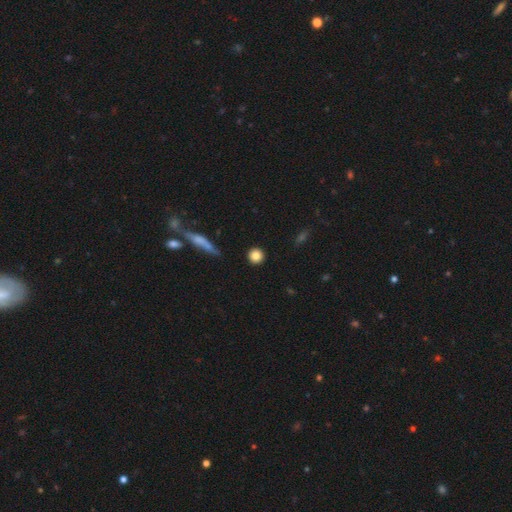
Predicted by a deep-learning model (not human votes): This appears to be a smooth galaxy with no disk features (84%) that is round (93%). Merging: none (90%).